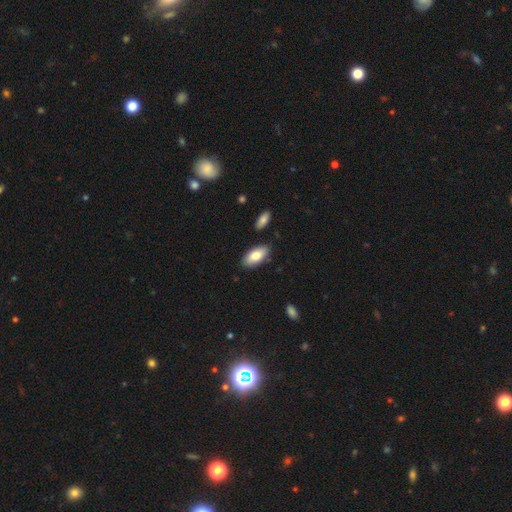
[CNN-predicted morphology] This is clearly a smooth galaxy (80%). How rounded: clearly in between (91%). Merging: clearly none (84%).